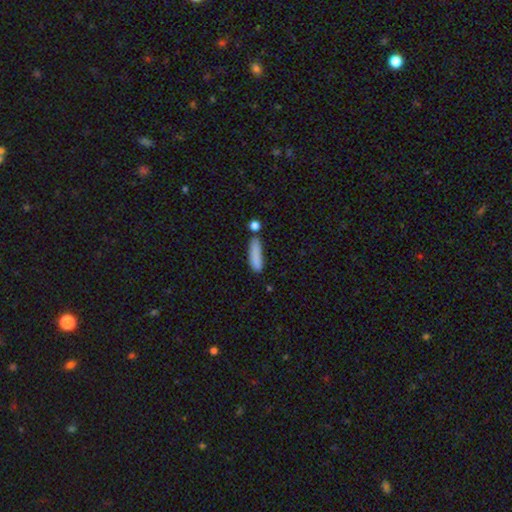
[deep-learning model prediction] The model was most divided on "how rounded": cigar-shaped: 70%, in between: 28%, round: 3%. More confident: smooth or featured — smooth (84%); merging — none (63%).